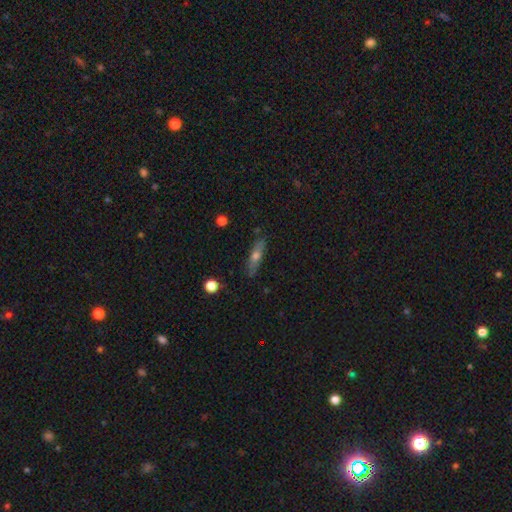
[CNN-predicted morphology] Q: Smooth or featured?
A: smooth (50%); runner-up: featured or disk (43%)
Q: Merging?
A: none (84%); runner-up: minor disturbance (12%)